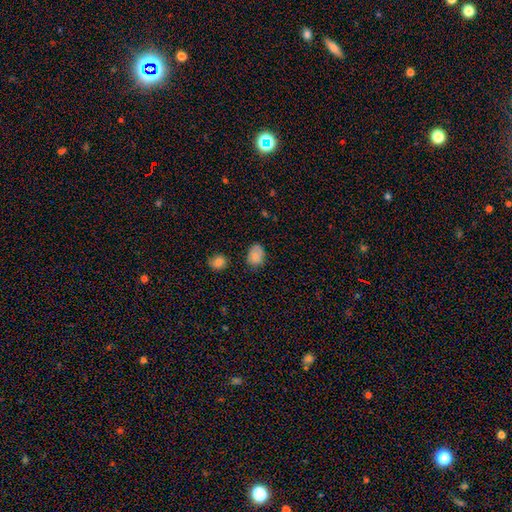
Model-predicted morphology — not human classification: type=smooth (83%); roundness=in between (74%); merging=none (70%).